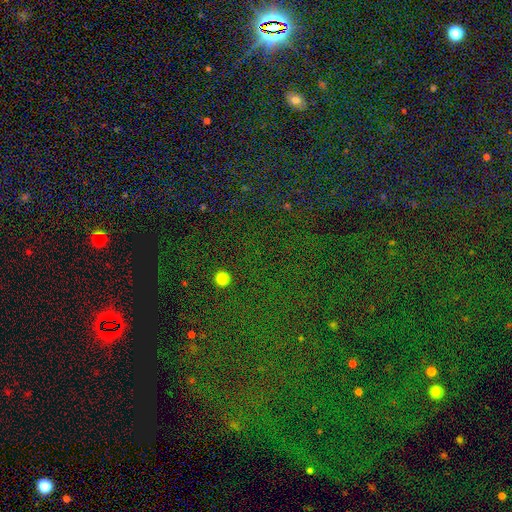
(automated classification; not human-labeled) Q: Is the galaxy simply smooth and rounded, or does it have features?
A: star or artifact — 81%.